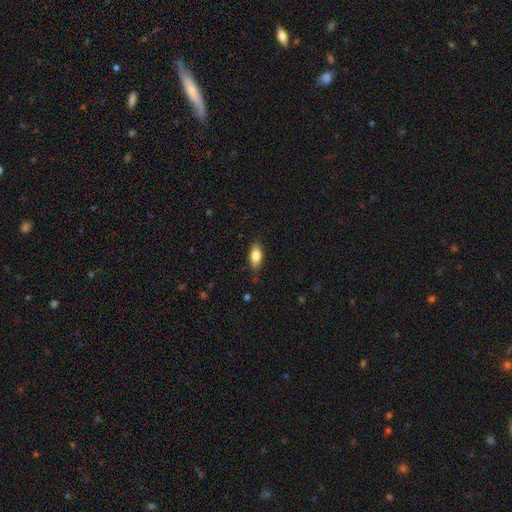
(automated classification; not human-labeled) The model was most divided on "smooth or featured": smooth: 79%, featured or disk: 14%, star or artifact: 7%. More confident: how rounded — in between (82%); merging — none (81%).